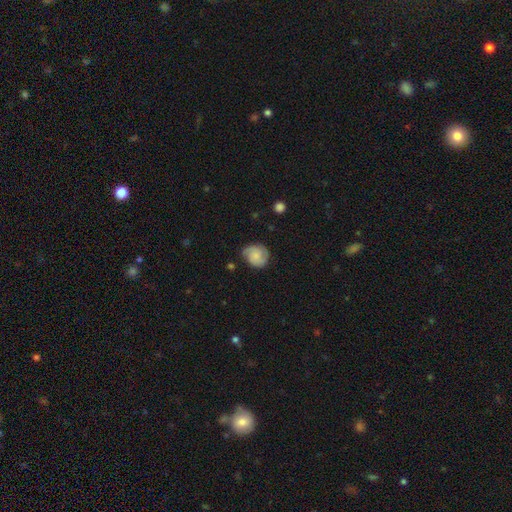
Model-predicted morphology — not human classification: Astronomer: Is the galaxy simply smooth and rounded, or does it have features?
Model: featured or disk — 51% (runner-up: smooth, 41%).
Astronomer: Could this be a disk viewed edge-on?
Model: no — 97%.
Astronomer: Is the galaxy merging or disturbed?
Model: none — 69%.